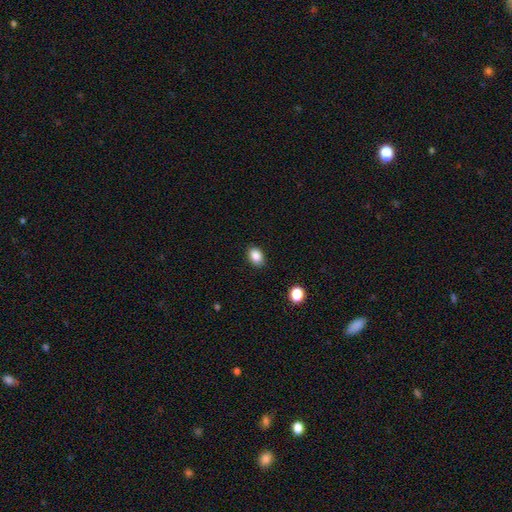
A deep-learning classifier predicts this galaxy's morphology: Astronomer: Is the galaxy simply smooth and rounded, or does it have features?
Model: smooth — 87%.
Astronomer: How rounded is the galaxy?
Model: in between — 77%.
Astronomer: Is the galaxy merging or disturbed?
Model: none — 88%.